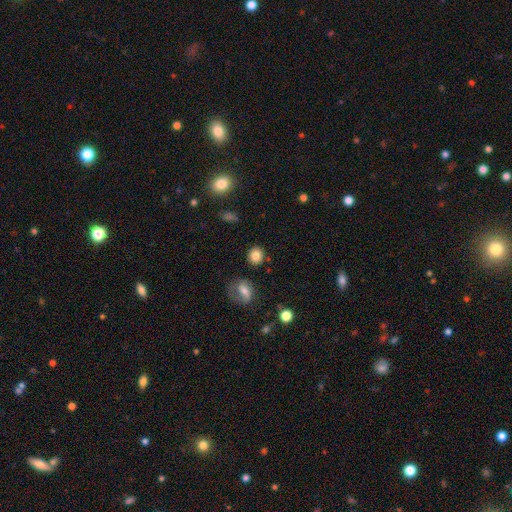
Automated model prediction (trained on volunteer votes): Smooth or featured: smooth — 84% (star or artifact — 10%)
How rounded: round — 83% (in between — 16%)
Merging: none — 86% (minor disturbance — 8%)